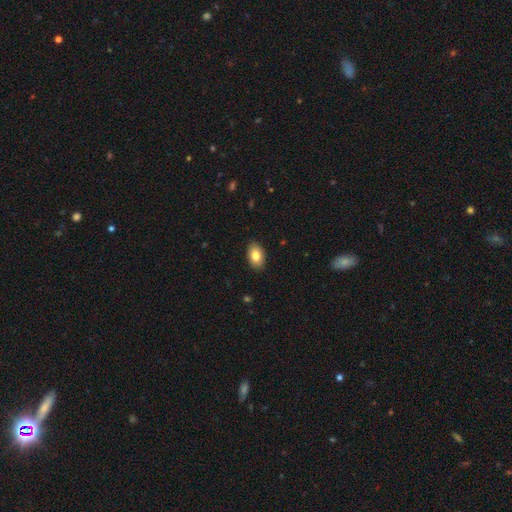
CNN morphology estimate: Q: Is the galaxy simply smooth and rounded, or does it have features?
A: smooth — 83%.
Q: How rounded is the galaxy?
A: in between — 90%.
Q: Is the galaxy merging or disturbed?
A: none — 89%.